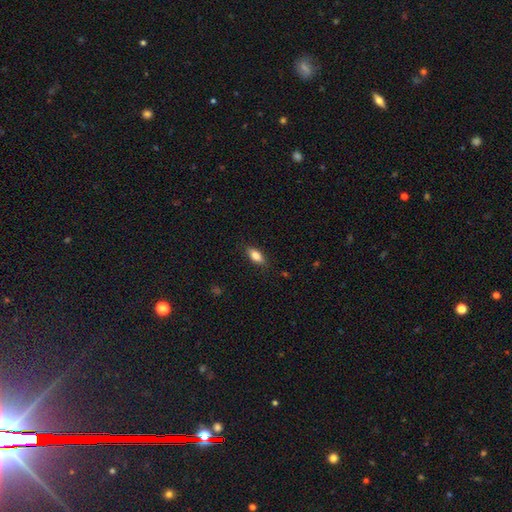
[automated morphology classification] Q: Smooth or featured?
A: smooth (80%); runner-up: featured or disk (12%)
Q: How rounded?
A: in between (81%); runner-up: cigar-shaped (15%)
Q: Merging?
A: none (84%); runner-up: minor disturbance (12%)